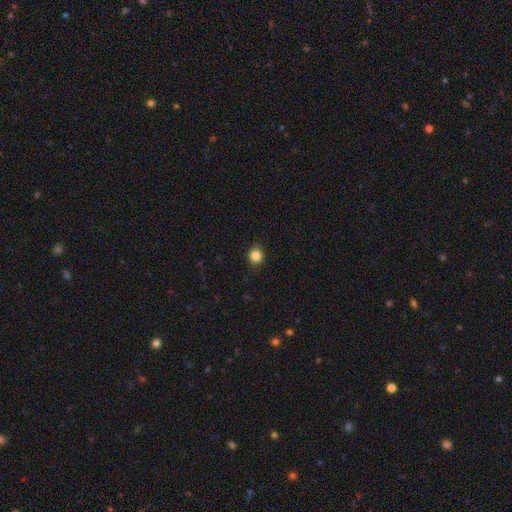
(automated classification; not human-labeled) smooth_or_featured: smooth (p=0.85) [alt: star or artifact p=0.11]
how_rounded: round (p=0.85) [alt: in between p=0.14]
merging: none (p=0.90) [alt: minor disturbance p=0.08]